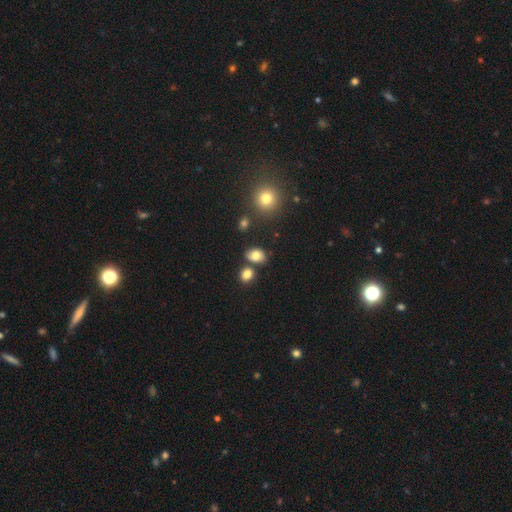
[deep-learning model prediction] A smooth galaxy with no disk features (81%) that is in between round and cigar-shaped (73%). Merging: none (71%).